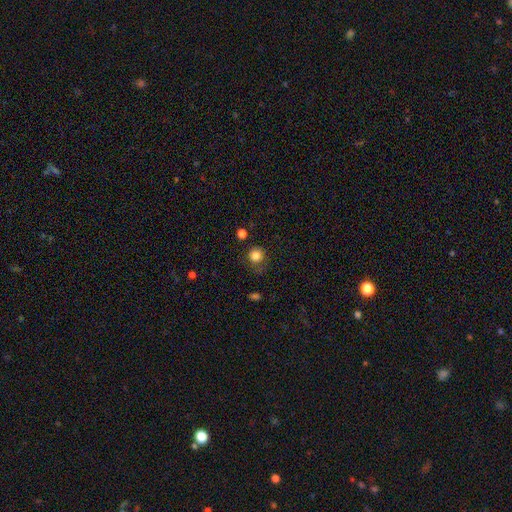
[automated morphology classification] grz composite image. It shows a smooth galaxy with no disk features (82%) that is round (90%). Merging: none (72%).